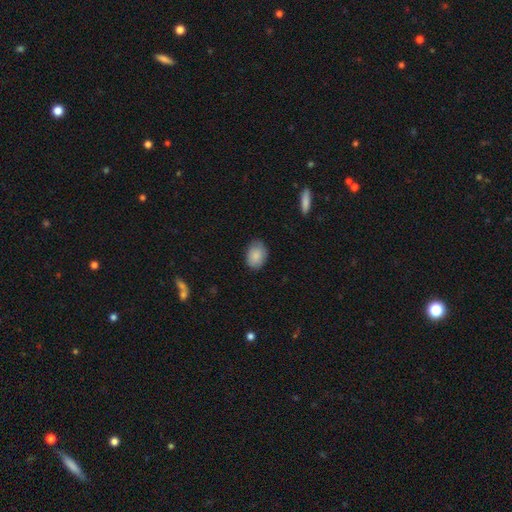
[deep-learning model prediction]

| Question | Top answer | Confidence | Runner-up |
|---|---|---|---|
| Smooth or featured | smooth | 87% | star or artifact (7%) |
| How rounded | in between | 73% | round (26%) |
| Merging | none | 76% | minor disturbance (19%) |